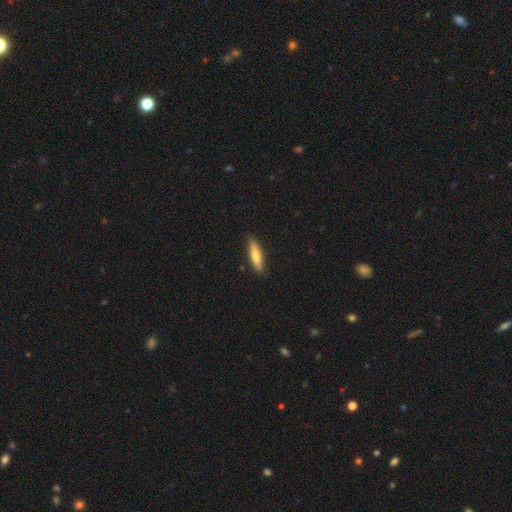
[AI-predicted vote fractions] Smooth or featured? Predicted: smooth (p=0.72). How rounded? Predicted: cigar-shaped (p=0.74). Merging? Predicted: none (p=0.88).